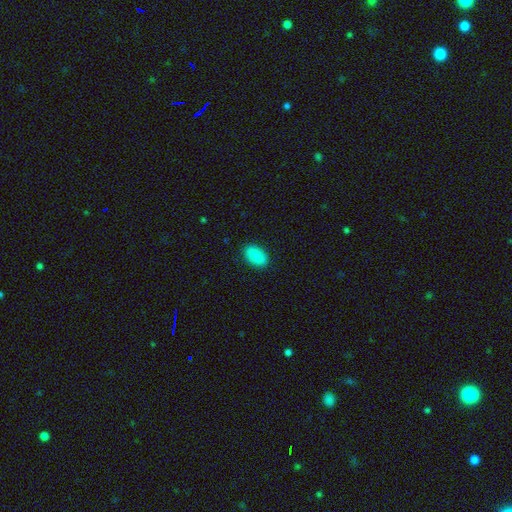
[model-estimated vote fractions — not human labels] This is clearly a smooth galaxy (83%). How rounded: clearly in between (89%). Merging: clearly none (87%).